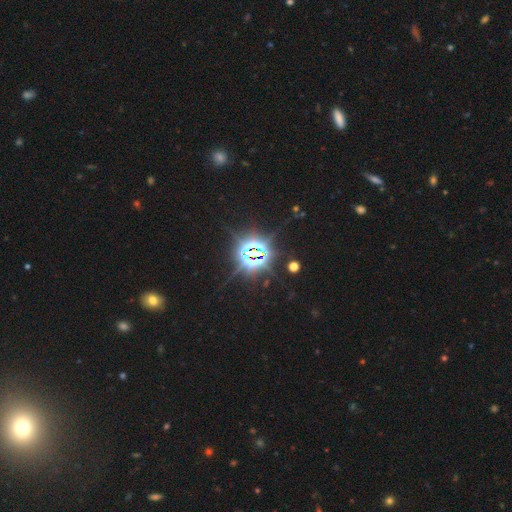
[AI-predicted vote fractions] A star or artifact, not a galaxy (85%).

Vote fractions:
- Smooth or featured? star or artifact: 85% / featured or disk: 8% / smooth: 7%